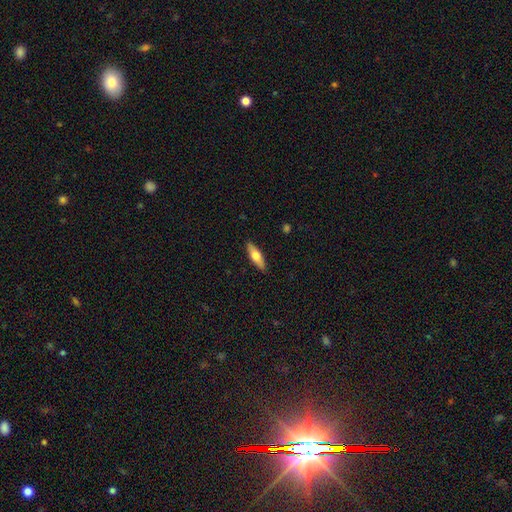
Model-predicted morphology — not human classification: A smooth galaxy with no disk features (60%) that is cigar-shaped (51%).

Vote fractions:
- Smooth or featured? smooth: 60% / featured or disk: 34% / star or artifact: 6%
- How rounded? cigar-shaped: 51% / in between: 47% / round: 2%
- Merging? none: 89% / minor disturbance: 8% / major disturbance: 2% / merger: 1%